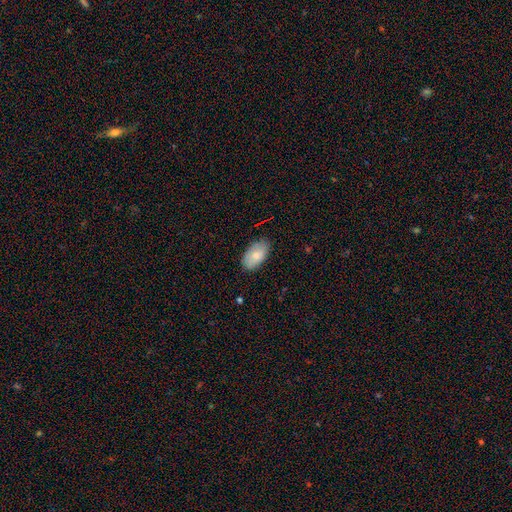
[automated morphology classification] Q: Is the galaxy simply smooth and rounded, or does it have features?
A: smooth — 79%.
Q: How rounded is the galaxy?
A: in between — 95%.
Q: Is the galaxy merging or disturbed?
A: none — 82%.